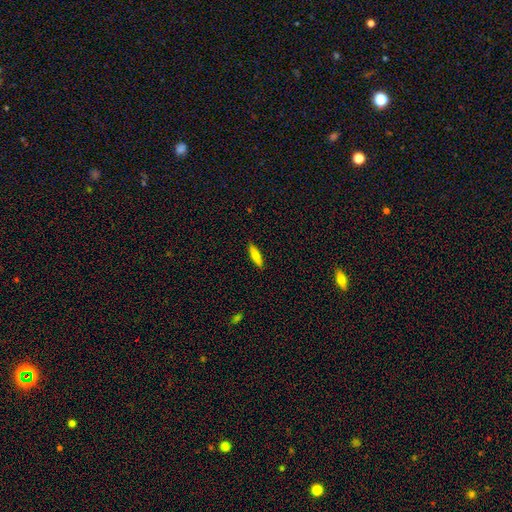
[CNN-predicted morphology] smooth-or-featured: smooth: 78% | featured or disk: 15% | star or artifact: 7%
  how-rounded: cigar-shaped: 72% | in between: 27% | round: 2%
  merging: none: 88% | minor disturbance: 9% | major disturbance: 2% | merger: 1%